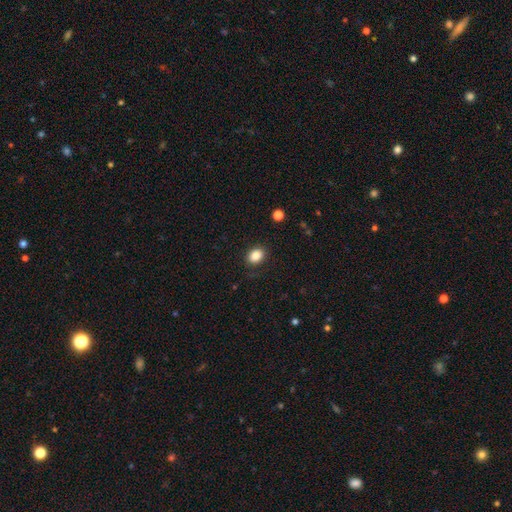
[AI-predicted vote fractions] Smooth or featured: smooth — 86% (star or artifact — 9%)
How rounded: in between — 63% (round — 36%)
Merging: none — 86% (minor disturbance — 10%)